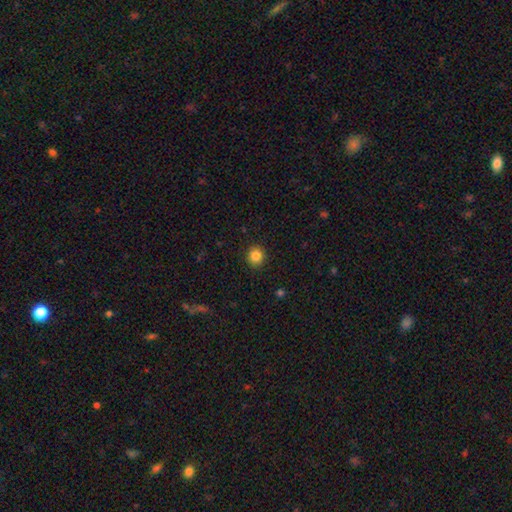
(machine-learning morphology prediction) Overall: smooth (85%). How rounded: round (85%). Merging: none (91%).